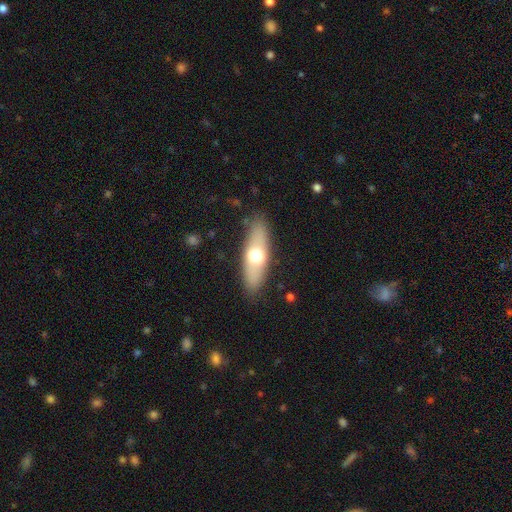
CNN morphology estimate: Q: Smooth or featured?
A: smooth (54%); runner-up: featured or disk (41%)
Q: How rounded?
A: in between (53%); runner-up: cigar-shaped (44%)
Q: Merging?
A: none (87%); runner-up: minor disturbance (10%)